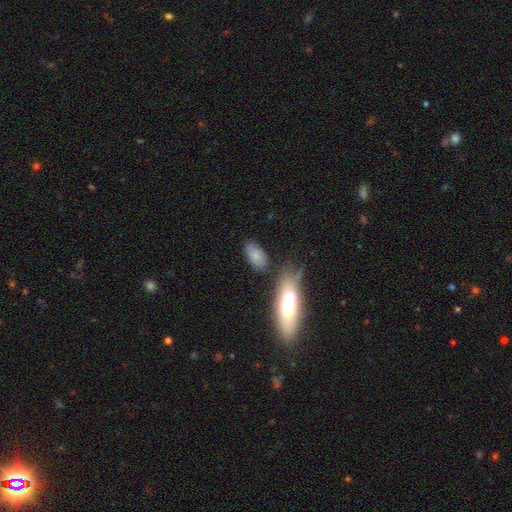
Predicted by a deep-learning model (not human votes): Overall: smooth (70%). How rounded: in between (91%). Merging: none (65%).